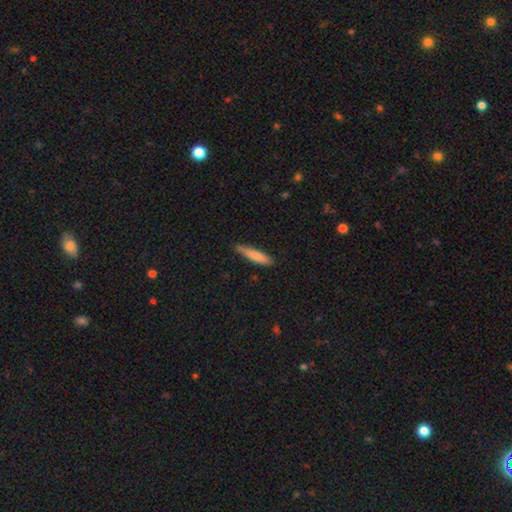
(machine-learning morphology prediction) Smooth or featured: smooth — 77% (featured or disk — 18%)
How rounded: cigar-shaped — 84% (in between — 15%)
Merging: none — 79% (minor disturbance — 18%)